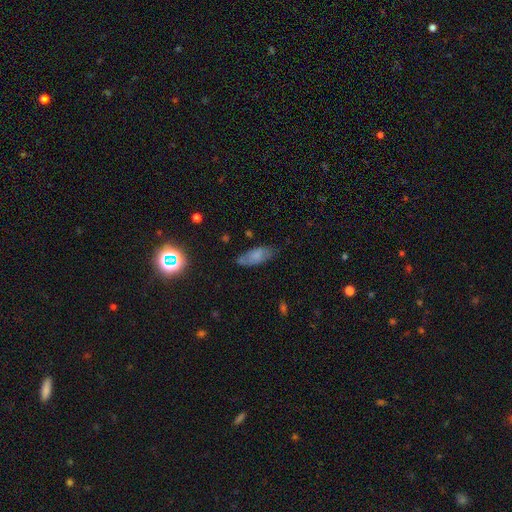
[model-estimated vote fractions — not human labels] Overall: smooth (70%). How rounded: in between (80%). Merging: none (67%).